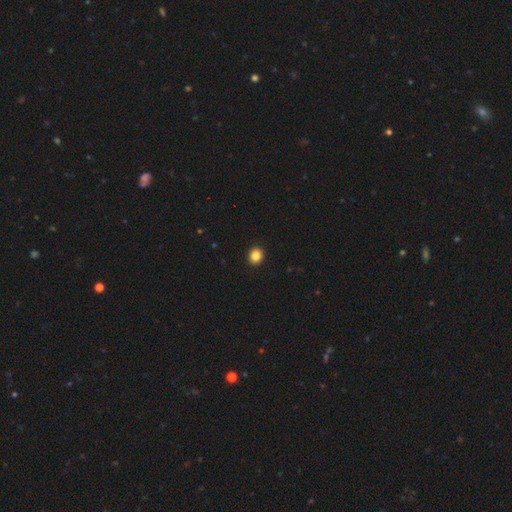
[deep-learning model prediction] Smooth or featured?
  - smooth: 86% *
  - star or artifact: 10%
  - featured or disk: 4%
How rounded?
  - round: 77% *
  - in between: 22%
  - cigar-shaped: 1%
Merging?
  - none: 93% *
  - minor disturbance: 4%
  - major disturbance: 1%
  - merger: 1%